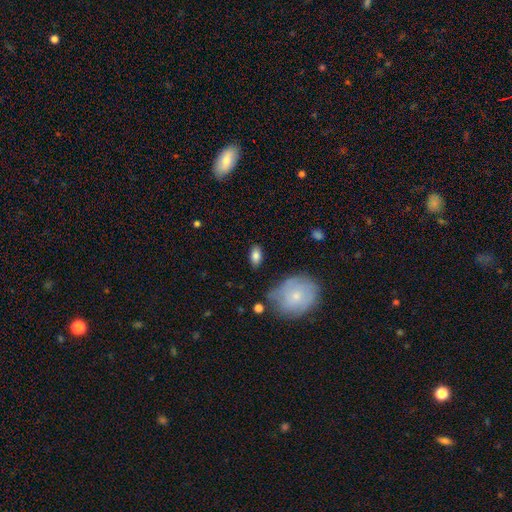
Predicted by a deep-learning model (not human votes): smooth_or_featured: smooth (p=0.82) [alt: featured or disk p=0.10]
how_rounded: in between (p=0.90) [alt: round p=0.06]
merging: none (p=0.81) [alt: minor disturbance p=0.13]